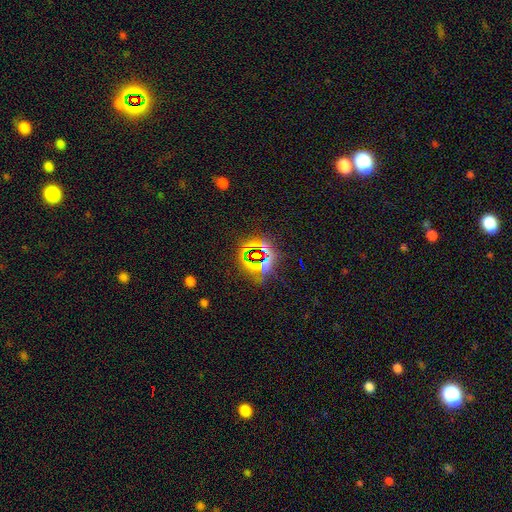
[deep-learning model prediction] This appears to be a star or artifact, not a galaxy (77%).